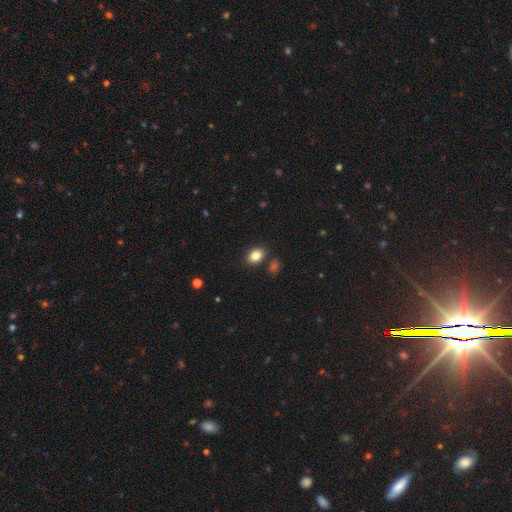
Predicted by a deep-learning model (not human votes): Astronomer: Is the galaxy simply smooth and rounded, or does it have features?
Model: smooth — 84%.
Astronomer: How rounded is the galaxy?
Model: in between — 74%.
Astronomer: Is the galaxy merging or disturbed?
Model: none — 81%.